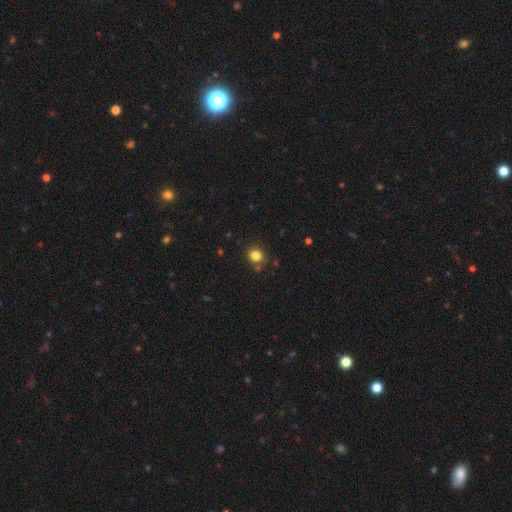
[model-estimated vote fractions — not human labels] This is clearly a smooth galaxy (82%). How rounded: likely round (78%). Merging: clearly none (81%).